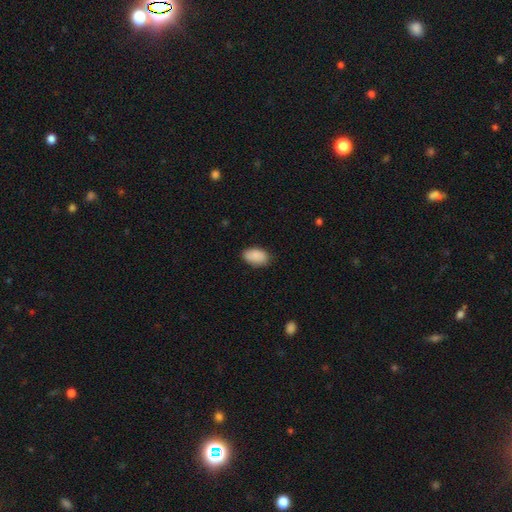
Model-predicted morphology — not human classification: Q: Smooth or featured?
A: smooth (90%); runner-up: star or artifact (6%)
Q: How rounded?
A: in between (92%); runner-up: round (7%)
Q: Merging?
A: none (81%); runner-up: minor disturbance (15%)